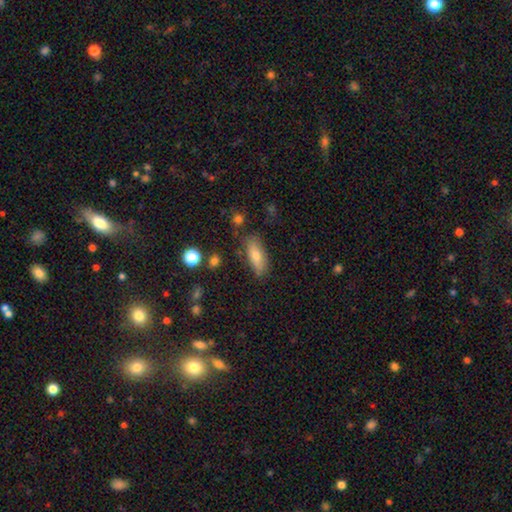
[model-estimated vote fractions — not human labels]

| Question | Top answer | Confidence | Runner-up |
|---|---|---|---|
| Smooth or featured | smooth | 71% | featured or disk (20%) |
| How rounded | in between | 67% | cigar-shaped (30%) |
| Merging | none | 79% | minor disturbance (14%) |